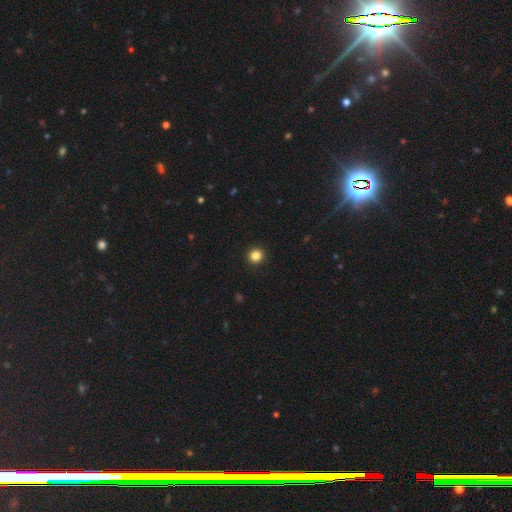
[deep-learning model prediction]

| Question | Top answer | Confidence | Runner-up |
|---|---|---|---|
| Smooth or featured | smooth | 85% | star or artifact (11%) |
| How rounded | round | 90% | in between (9%) |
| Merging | none | 93% | minor disturbance (4%) |